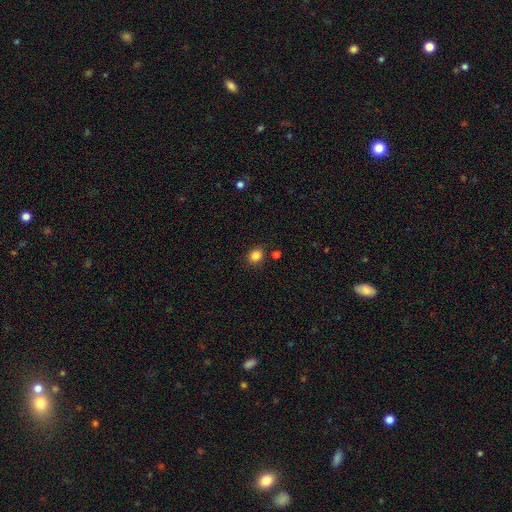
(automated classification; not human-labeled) This is clearly a smooth galaxy (84%). How rounded: likely round (71%). Merging: clearly none (83%).